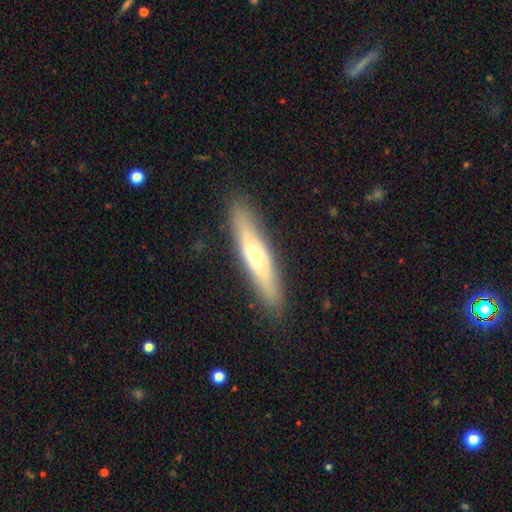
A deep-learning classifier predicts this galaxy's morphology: This appears to be a featured or disk galaxy (50%). Merging: none (88%).